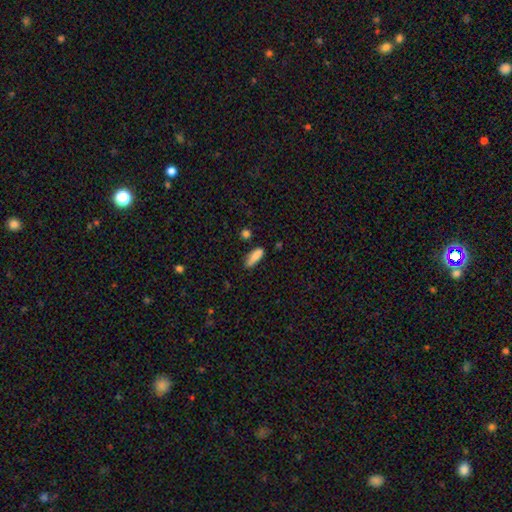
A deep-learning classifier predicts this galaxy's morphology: The model was most divided on "how rounded": in between: 57%, cigar-shaped: 41%, round: 2%. More confident: smooth or featured — smooth (84%); merging — none (63%).